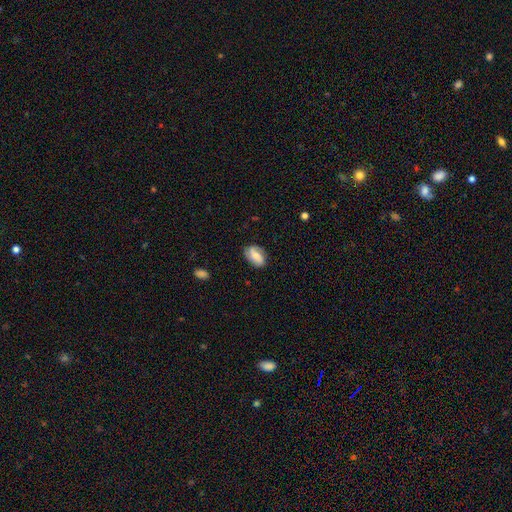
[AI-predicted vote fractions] Smooth or featured? Predicted: smooth (p=0.52). How rounded? Predicted: in between (p=0.88). Merging? Predicted: none (p=0.76).